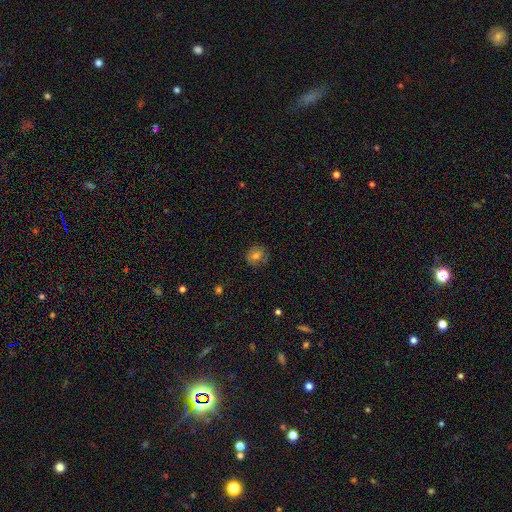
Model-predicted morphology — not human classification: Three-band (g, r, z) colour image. It shows a smooth galaxy with no disk features (70%) that is round (73%). Merging: none (79%).